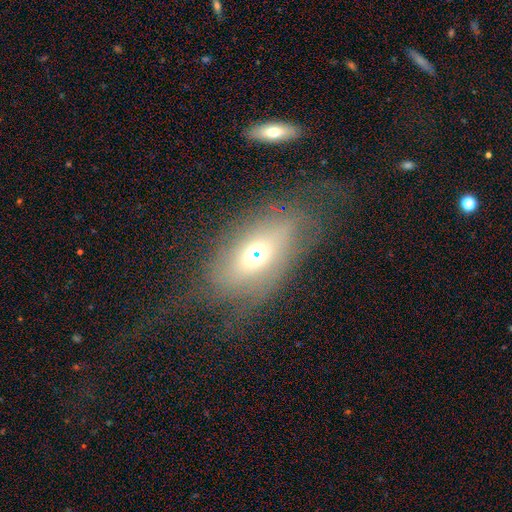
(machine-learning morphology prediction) Q: Smooth or featured?
A: smooth (50%); runner-up: featured or disk (34%)
Q: How rounded?
A: in between (80%); runner-up: round (14%)
Q: Merging?
A: none (51%); runner-up: major disturbance (24%)